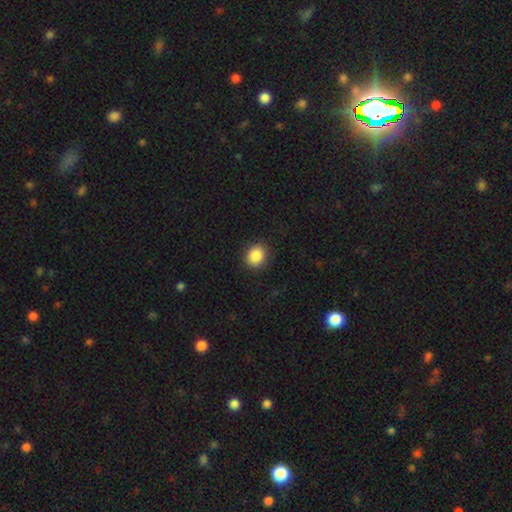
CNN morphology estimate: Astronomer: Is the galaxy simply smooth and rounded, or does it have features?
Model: smooth — 88%.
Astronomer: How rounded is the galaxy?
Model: round — 66%.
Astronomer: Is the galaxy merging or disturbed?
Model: none — 89%.